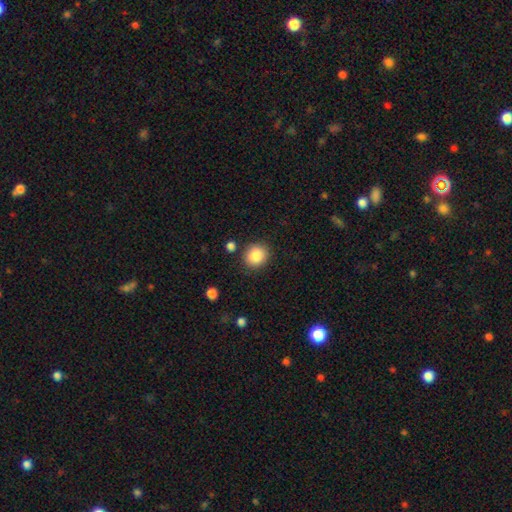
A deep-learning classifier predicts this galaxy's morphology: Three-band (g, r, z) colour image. It shows a smooth galaxy with no disk features (87%) that is round (82%). Merging: none (85%).